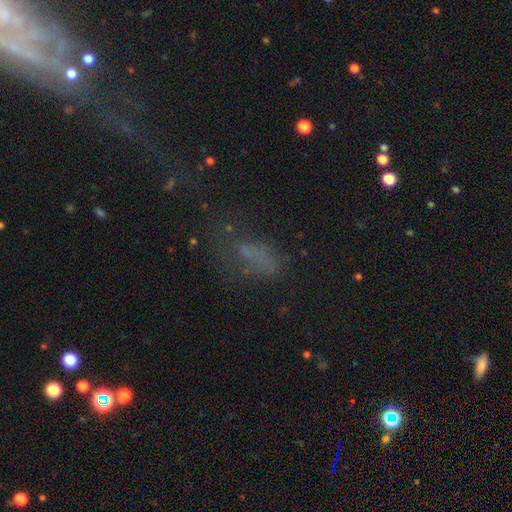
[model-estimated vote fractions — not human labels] Q: Smooth or featured?
A: smooth (42%); runner-up: star or artifact (33%)
Q: Merging?
A: major disturbance (41%); runner-up: none (32%)